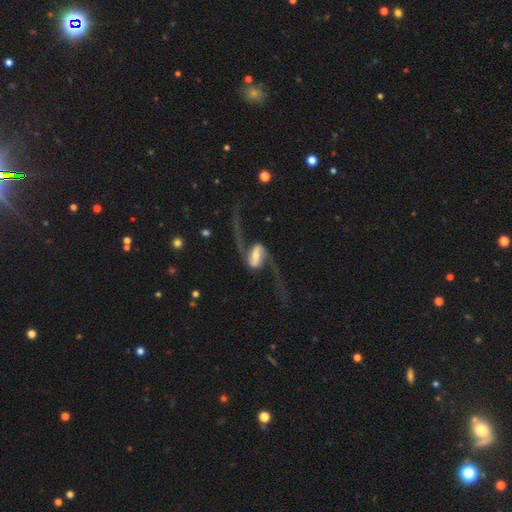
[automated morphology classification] This is clearly a featured or disk galaxy (90%). It is clearly not viewed edge-on (95%). Bar: possibly strong (56%). Spiral arm pattern: clearly yes (96%). Spiral arm count: clearly 2 (94%). Spiral winding: clearly loose (89%). Central bulge: possibly moderate (45%). Merging: likely none (64%).